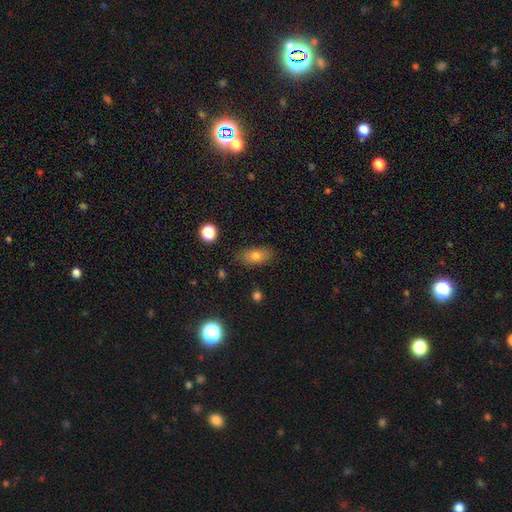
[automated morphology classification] A smooth galaxy with no disk features (75%) that is in between round and cigar-shaped (85%). Merging: none (85%).